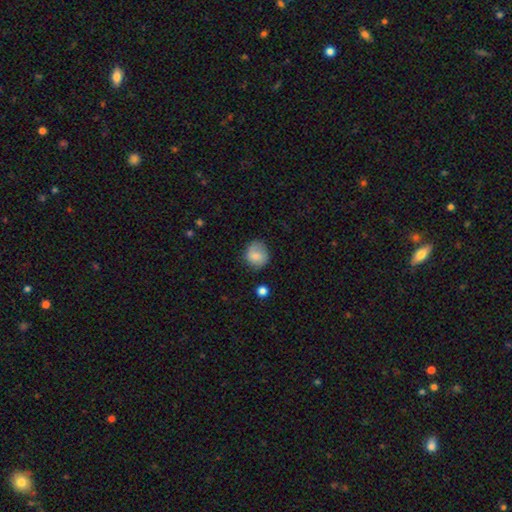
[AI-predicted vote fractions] The model was most divided on "merging": none: 70%, minor disturbance: 22%, major disturbance: 6%, merger: 2%. More confident: how rounded — round (78%); smooth or featured — smooth (75%).